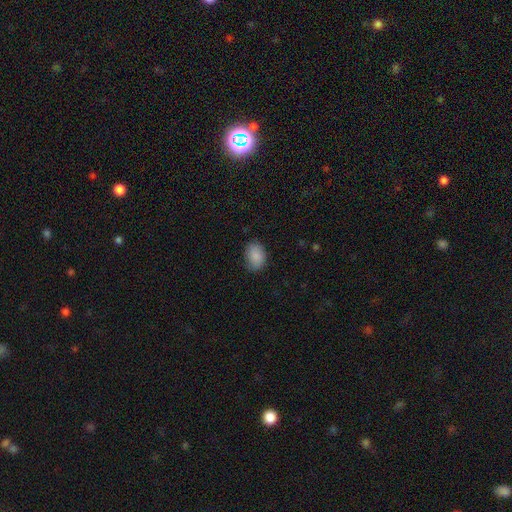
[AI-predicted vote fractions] A smooth galaxy with no disk features (88%) that is in between round and cigar-shaped (77%).

Vote fractions:
- Smooth or featured? smooth: 88% / star or artifact: 7% / featured or disk: 5%
- How rounded? in between: 77% / round: 21% / cigar-shaped: 1%
- Merging? none: 79% / minor disturbance: 17% / major disturbance: 3% / merger: 1%